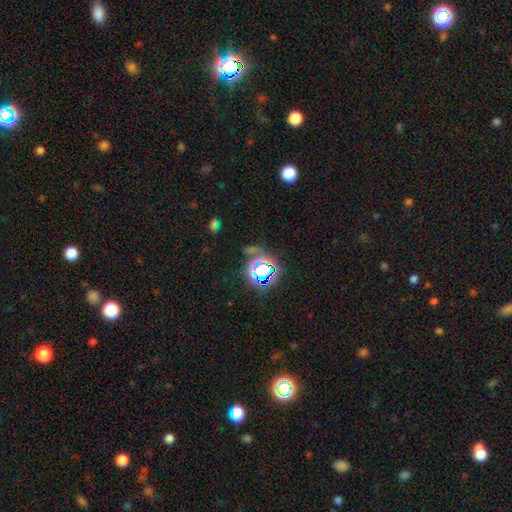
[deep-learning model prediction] A star or artifact, not a galaxy (72%).